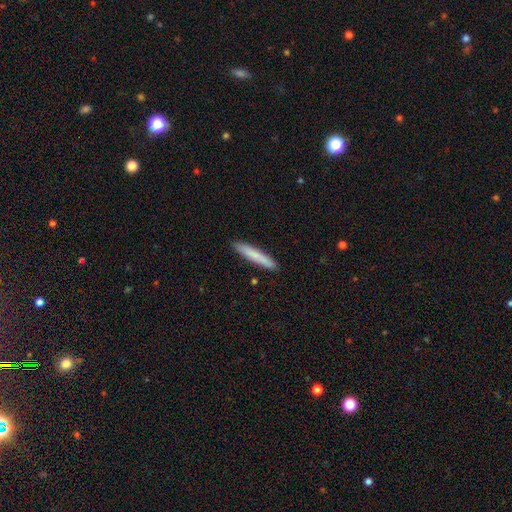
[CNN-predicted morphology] smooth_or_featured: smooth (p=0.79) [alt: featured or disk p=0.15]
how_rounded: cigar-shaped (p=0.94) [alt: in between p=0.05]
merging: none (p=0.91) [alt: minor disturbance p=0.07]